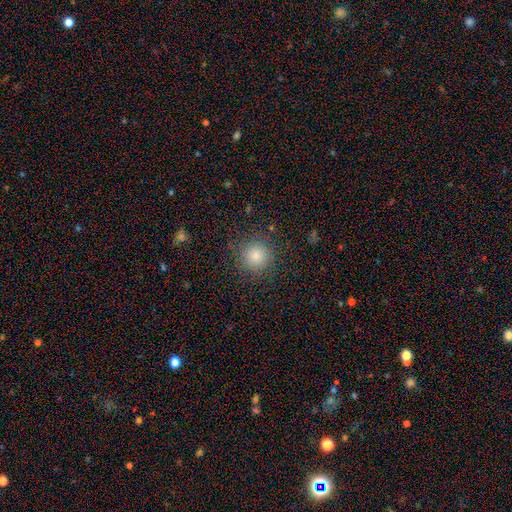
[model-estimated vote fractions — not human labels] Smooth or featured: smooth — 81% (star or artifact — 14%)
How rounded: round — 94% (in between — 5%)
Merging: none — 89% (minor disturbance — 7%)